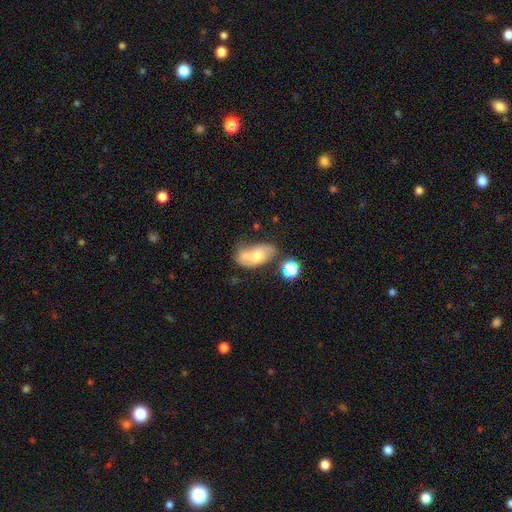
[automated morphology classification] Smooth or featured?
  - smooth: 55% *
  - featured or disk: 36%
  - star or artifact: 10%
How rounded?
  - in between: 87% *
  - round: 10%
  - cigar-shaped: 3%
Merging?
  - merger: 39% *
  - none: 31%
  - minor disturbance: 19%
  - major disturbance: 10%